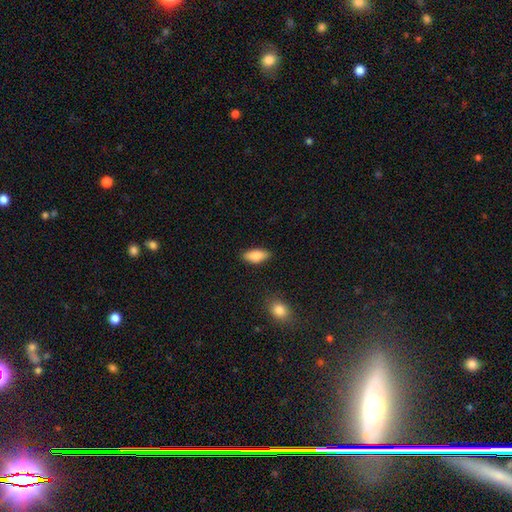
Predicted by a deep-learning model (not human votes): Smooth or featured: smooth — 84% (featured or disk — 9%)
How rounded: in between — 85% (cigar-shaped — 13%)
Merging: none — 85% (minor disturbance — 11%)